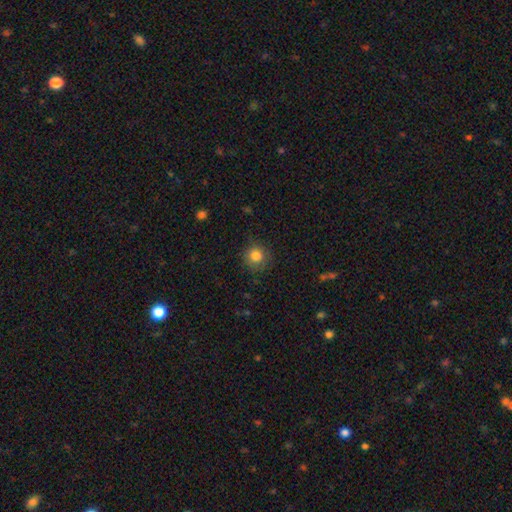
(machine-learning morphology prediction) The model was most divided on "merging": none: 82%, minor disturbance: 13%, major disturbance: 4%, merger: 1%. More confident: how rounded — round (91%); smooth or featured — smooth (83%).